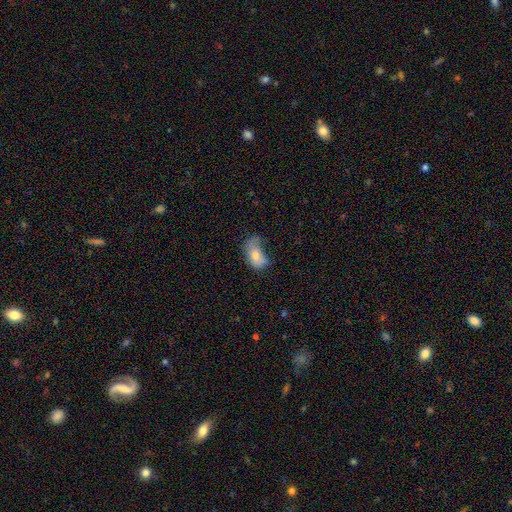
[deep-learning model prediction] A smooth galaxy with no disk features (66%) that is in between round and cigar-shaped (87%).

Vote fractions:
- Smooth or featured? smooth: 66% / featured or disk: 26% / star or artifact: 9%
- How rounded? in between: 87% / round: 11% / cigar-shaped: 2%
- Merging? major disturbance: 37% / minor disturbance: 33% / none: 25% / merger: 5%